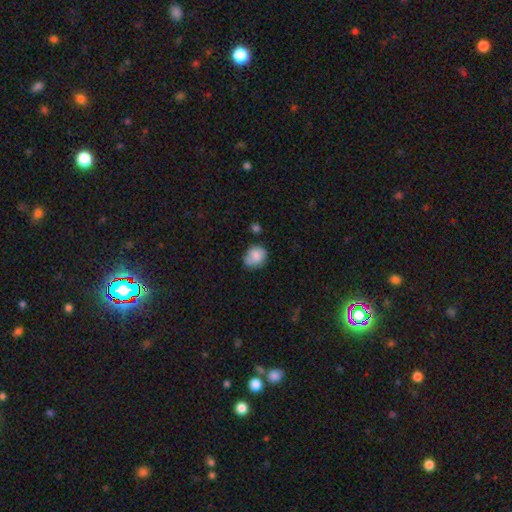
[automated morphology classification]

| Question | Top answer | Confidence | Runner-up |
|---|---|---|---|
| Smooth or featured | smooth | 79% | featured or disk (13%) |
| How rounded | round | 60% | in between (39%) |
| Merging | none | 58% | minor disturbance (31%) |